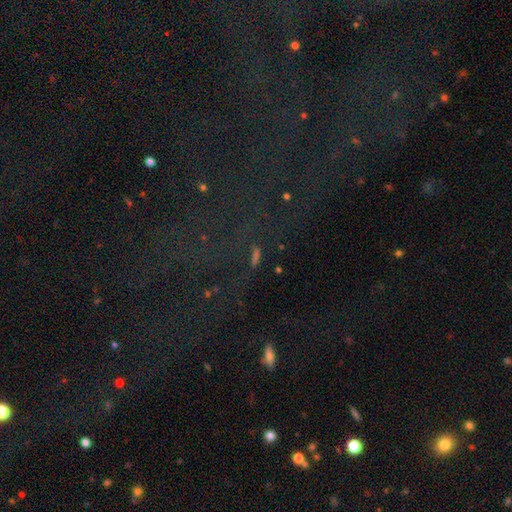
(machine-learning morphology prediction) Overall: star or artifact (59%; smooth 27%).